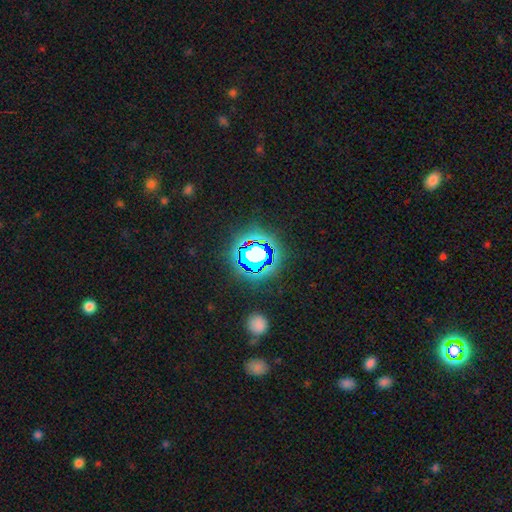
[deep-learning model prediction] A star or artifact, not a galaxy (66%).

Vote fractions:
- Smooth or featured? star or artifact: 66% / smooth: 21% / featured or disk: 13%